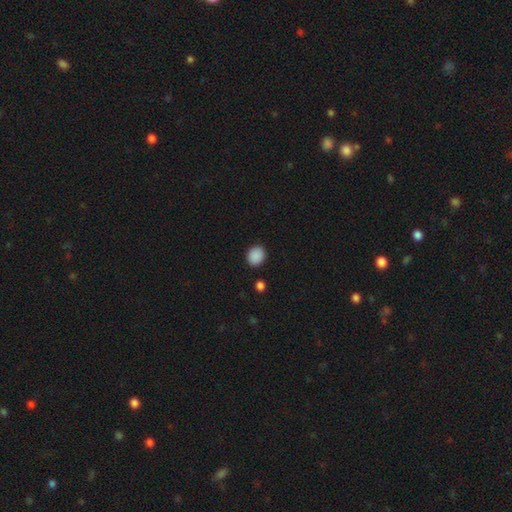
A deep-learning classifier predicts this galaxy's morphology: This appears to be a smooth galaxy with no disk features (89%) that is round (67%). Merging: none (89%).